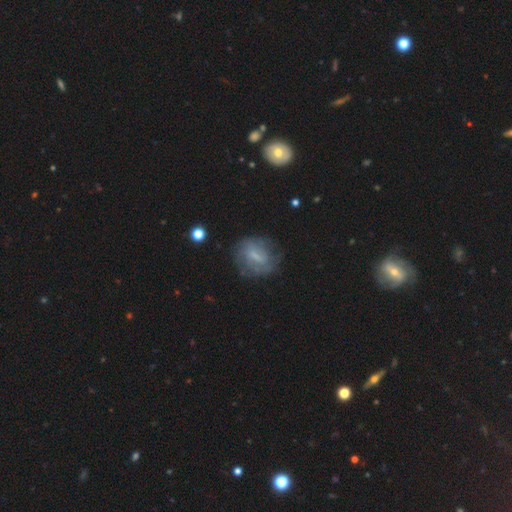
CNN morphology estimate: A featured or disk galaxy (51%).

Vote fractions:
- Smooth or featured? featured or disk: 51% / smooth: 39% / star or artifact: 10%
- Edge-on disk? no: 94% / yes: 6%
- Merging? none: 68% / minor disturbance: 20% / major disturbance: 10% / merger: 2%